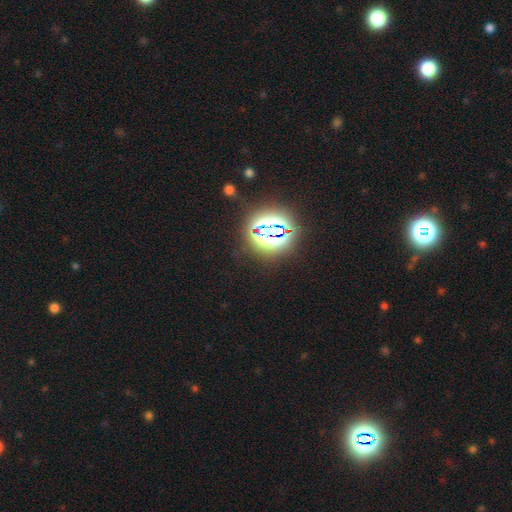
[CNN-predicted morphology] This is clearly a star or artifact rather than a galaxy (82%).